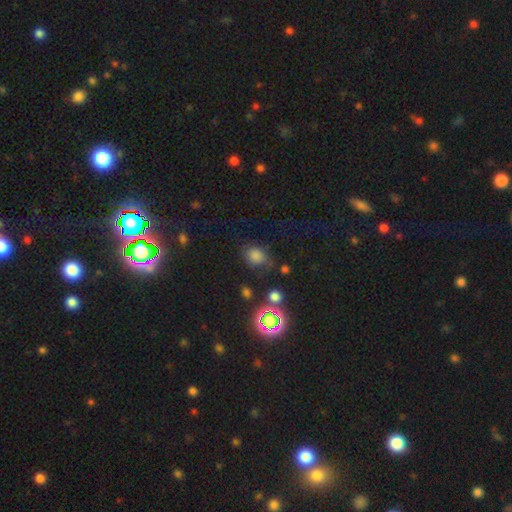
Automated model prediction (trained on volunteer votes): smooth 71%, star or artifact 22%, featured or disk 7%. Down the decision tree: how rounded — round (59%); merging — none (64%).